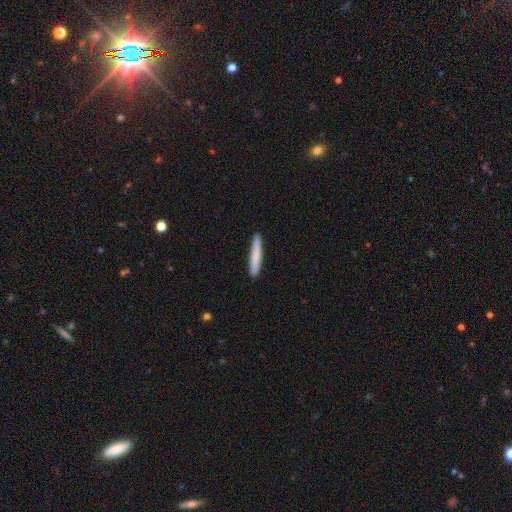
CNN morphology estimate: A smooth galaxy with no disk features (80%) that is cigar-shaped (95%).

Vote fractions:
- Smooth or featured? smooth: 80% / featured or disk: 14% / star or artifact: 5%
- How rounded? cigar-shaped: 95% / in between: 4% / round: 1%
- Merging? none: 91% / minor disturbance: 6% / major disturbance: 1% / merger: 1%